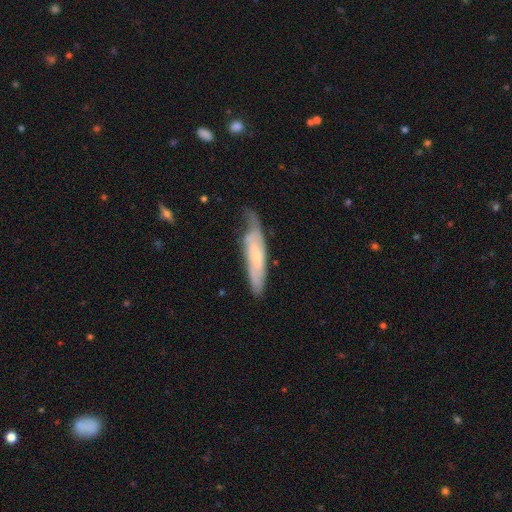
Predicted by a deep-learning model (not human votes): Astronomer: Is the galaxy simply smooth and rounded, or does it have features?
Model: featured or disk — 59% (runner-up: smooth, 35%).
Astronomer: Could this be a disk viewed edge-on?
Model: no — 59% (runner-up: yes, 41%).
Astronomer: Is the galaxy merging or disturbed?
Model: none — 54% (runner-up: minor disturbance, 33%).